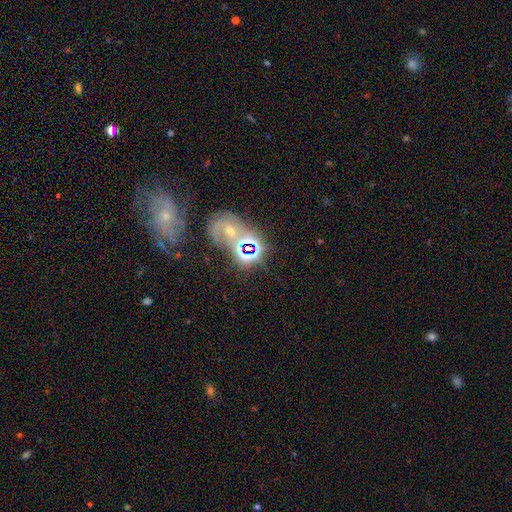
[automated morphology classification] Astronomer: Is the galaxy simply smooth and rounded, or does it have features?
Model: star or artifact — 49% (runner-up: featured or disk, 30%).